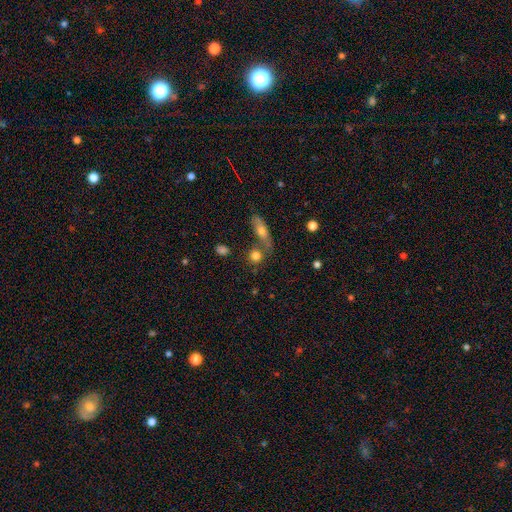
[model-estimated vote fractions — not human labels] This appears to be a smooth galaxy with no disk features (77%) that is round (76%). Merging: none (58%).